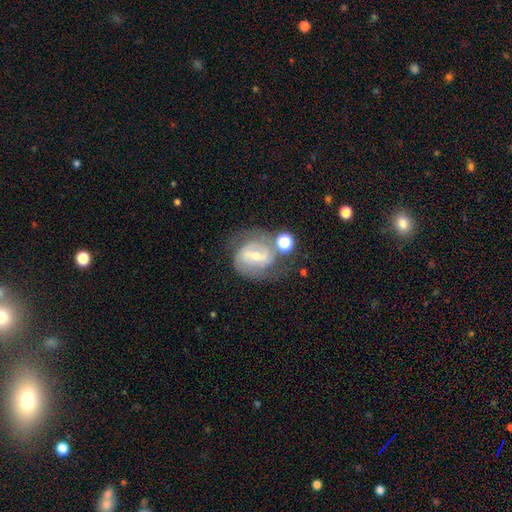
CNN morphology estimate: The model was most divided on "bar": weak: 42%, strong: 39%, no: 19%. Remaining: edge-on disk — no (96%); spiral arms — yes (86%); smooth or featured — featured or disk (76%); spiral arm count — 2 (74%); bulge size — small (55%); merging — none (55%); spiral winding — medium (45%).